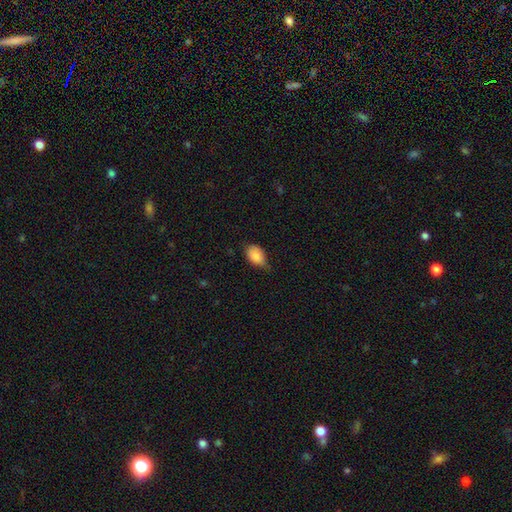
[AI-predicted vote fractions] Smooth or featured?
  - smooth: 85% *
  - star or artifact: 8%
  - featured or disk: 7%
How rounded?
  - in between: 85% *
  - round: 13%
  - cigar-shaped: 2%
Merging?
  - minor disturbance: 47% *
  - none: 43%
  - major disturbance: 9%
  - merger: 2%